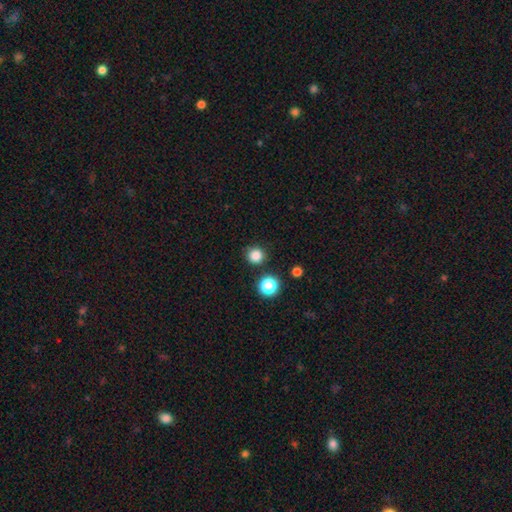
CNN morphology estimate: Overall: smooth (83%). How rounded: round (93%). Merging: none (87%).